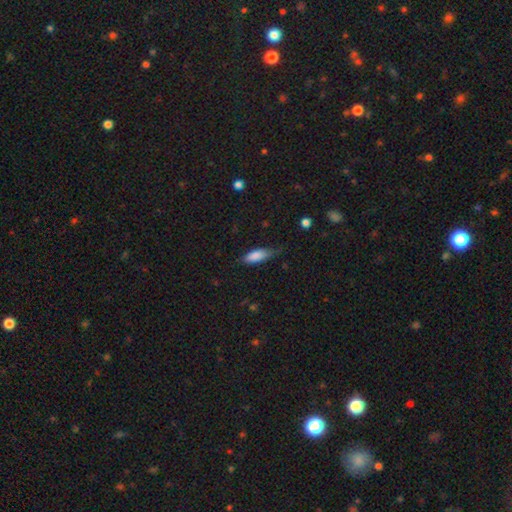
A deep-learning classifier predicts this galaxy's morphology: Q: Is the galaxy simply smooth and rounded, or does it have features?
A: smooth — 83%.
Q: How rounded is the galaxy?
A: in between — 73%.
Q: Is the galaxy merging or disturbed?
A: none — 58%.